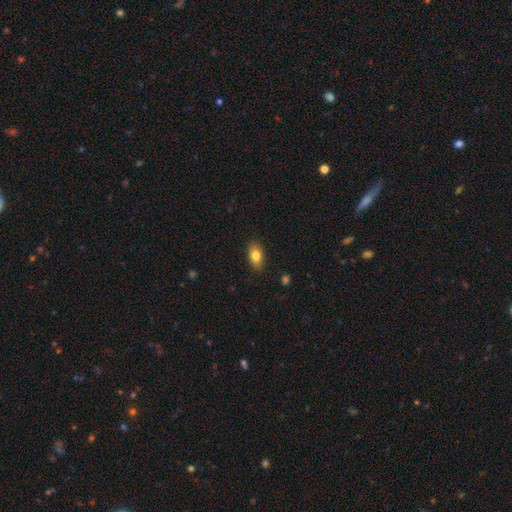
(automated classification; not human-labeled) A smooth galaxy with no disk features (82%) that is in between round and cigar-shaped (87%). Merging: none (88%).